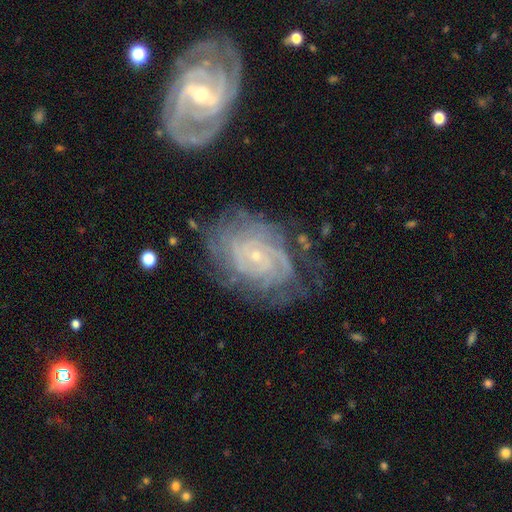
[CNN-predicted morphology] smooth-or-featured: featured or disk: 85% | smooth: 8% | star or artifact: 7%
  disk-edge-on: no: 97% | yes: 3%
    bar: no: 73% | weak: 21% | strong: 6%
    has-spiral-arms: yes: 96% | no: 4%
      spiral-winding: tight: 77% | medium: 19% | loose: 4%
      spiral-arm-count: can't tell: 37% | 4: 17% | 2: 15% | 3: 13% | more than 4: 11% | 1: 7%
    bulge-size: small: 86% | moderate: 10% | none: 2% | large: 1% | dominant: 1%
  merging: none: 65% | minor disturbance: 21% | major disturbance: 10% | merger: 4%